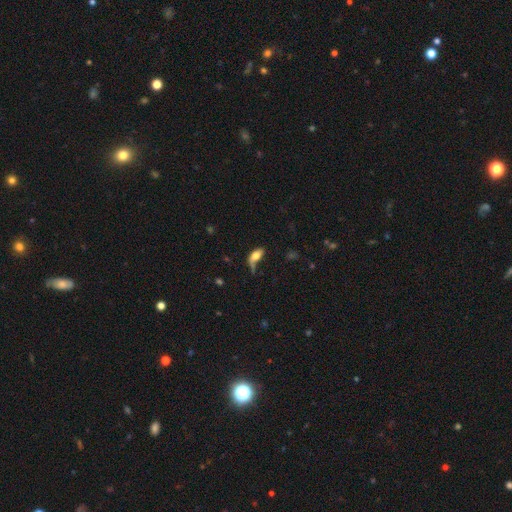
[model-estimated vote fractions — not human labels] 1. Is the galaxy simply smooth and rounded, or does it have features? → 66% smooth, 25% featured or disk, 9% star or artifact.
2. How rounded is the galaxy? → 81% in between, 12% cigar-shaped, 6% round.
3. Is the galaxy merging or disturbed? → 31% none, 30% major disturbance, 28% minor disturbance, 10% merger.